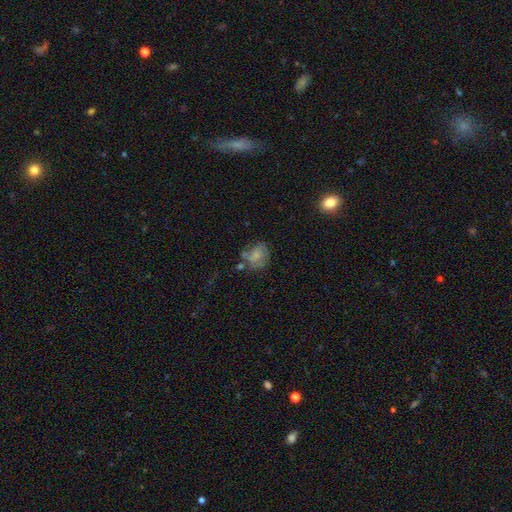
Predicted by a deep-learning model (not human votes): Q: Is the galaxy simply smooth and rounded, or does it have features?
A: smooth — 66%.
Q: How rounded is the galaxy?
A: round — 54%.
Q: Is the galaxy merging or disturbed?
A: none — 45%.